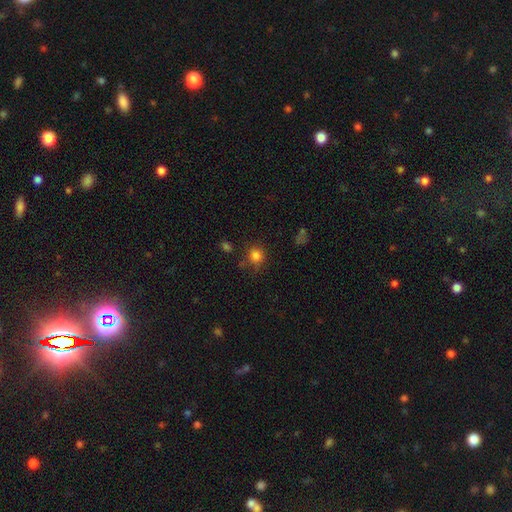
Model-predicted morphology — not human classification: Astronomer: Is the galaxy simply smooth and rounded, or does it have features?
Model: smooth — 82%.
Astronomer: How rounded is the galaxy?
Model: round — 86%.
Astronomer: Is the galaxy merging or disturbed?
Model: none — 73%.